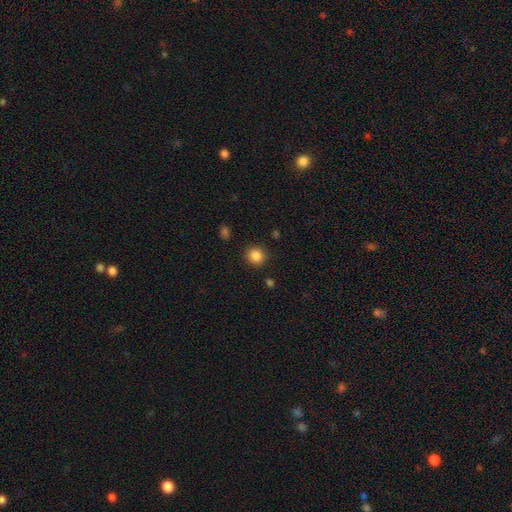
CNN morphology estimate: A smooth galaxy with no disk features (87%) that is round (87%). Merging: none (89%).